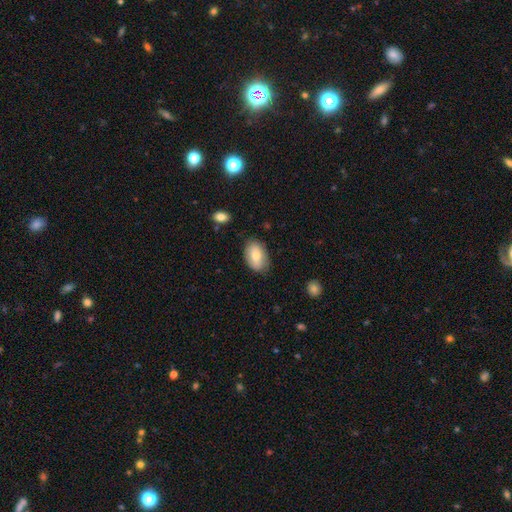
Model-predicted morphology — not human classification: This appears to be a smooth galaxy with no disk features (75%) that is in between round and cigar-shaped (90%). Merging: none (78%).